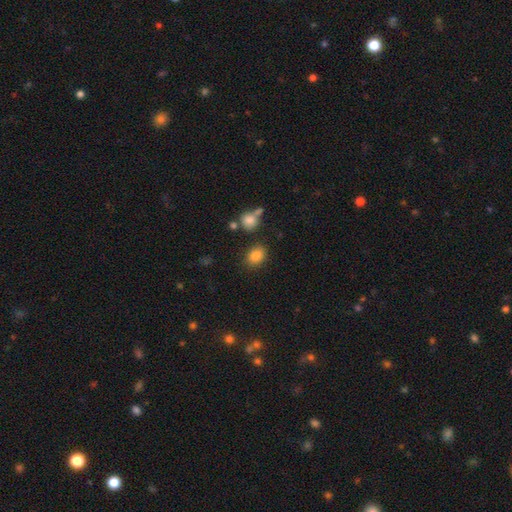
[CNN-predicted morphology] smooth-or-featured: smooth: 84% | star or artifact: 10% | featured or disk: 6%
  how-rounded: in between: 58% | round: 40% | cigar-shaped: 1%
  merging: none: 79% | minor disturbance: 12% | merger: 5% | major disturbance: 4%